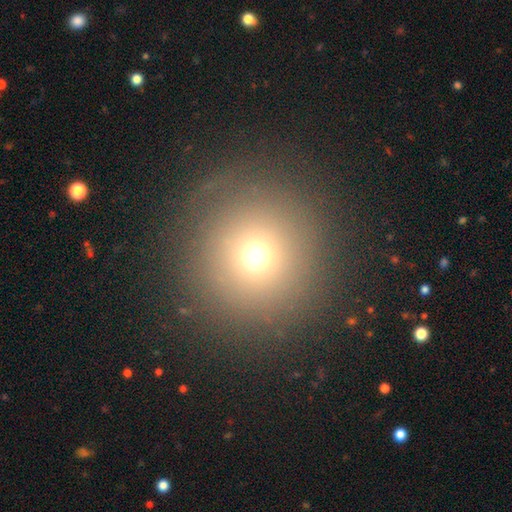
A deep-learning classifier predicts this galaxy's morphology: This is likely a smooth galaxy (68%). How rounded: clearly round (95%). Merging: clearly none (87%).